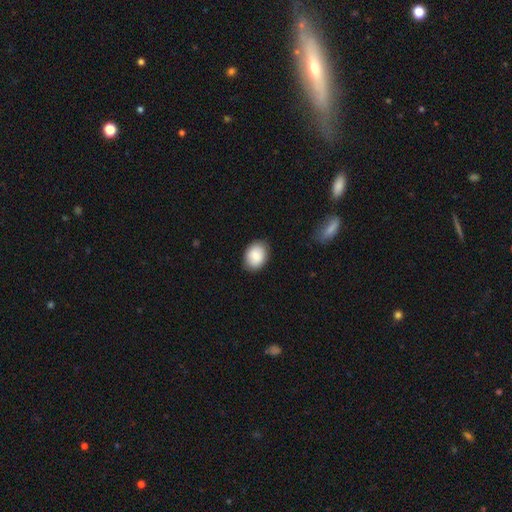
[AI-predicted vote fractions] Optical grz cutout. It shows a smooth galaxy with no disk features (85%) that is in between round and cigar-shaped (71%). Merging: none (85%).